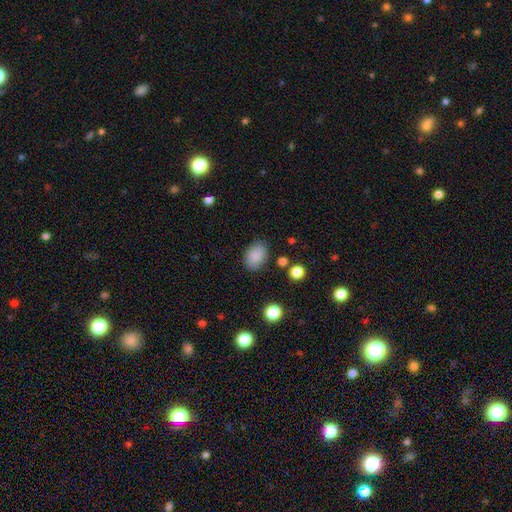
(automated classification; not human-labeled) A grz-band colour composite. It shows a smooth galaxy with no disk features (86%) that is in between round and cigar-shaped (81%). Merging: none (83%).